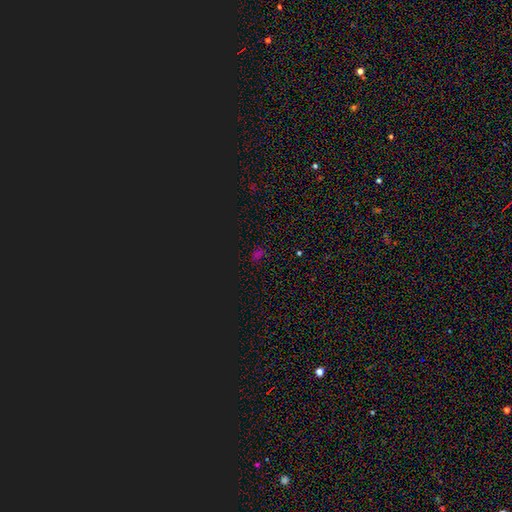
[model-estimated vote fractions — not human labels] A star or artifact, not a galaxy (61%).

Vote fractions:
- Smooth or featured? star or artifact: 61% / smooth: 33% / featured or disk: 6%